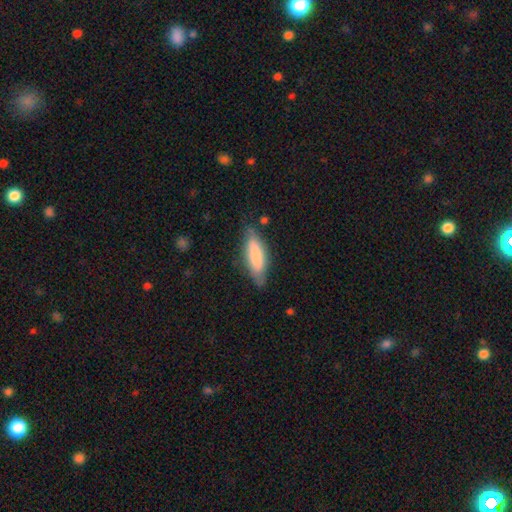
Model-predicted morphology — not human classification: smooth-or-featured: smooth: 76% | featured or disk: 18% | star or artifact: 6%
  how-rounded: in between: 53% | cigar-shaped: 46% | round: 2%
  merging: none: 72% | minor disturbance: 21% | major disturbance: 5% | merger: 2%